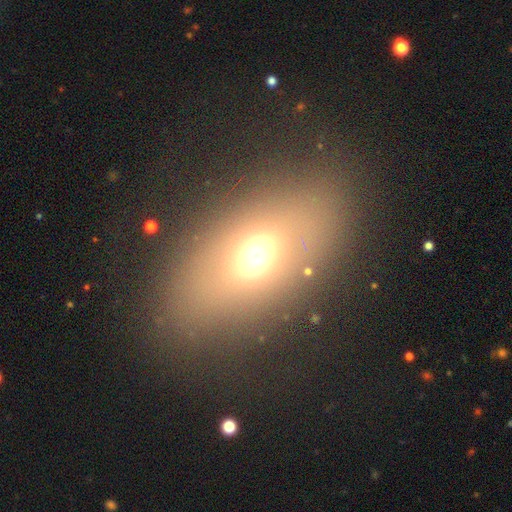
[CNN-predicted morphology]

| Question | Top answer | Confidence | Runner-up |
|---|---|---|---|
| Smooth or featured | smooth | 55% | featured or disk (28%) |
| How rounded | in between | 82% | round (13%) |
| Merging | none | 81% | minor disturbance (10%) |